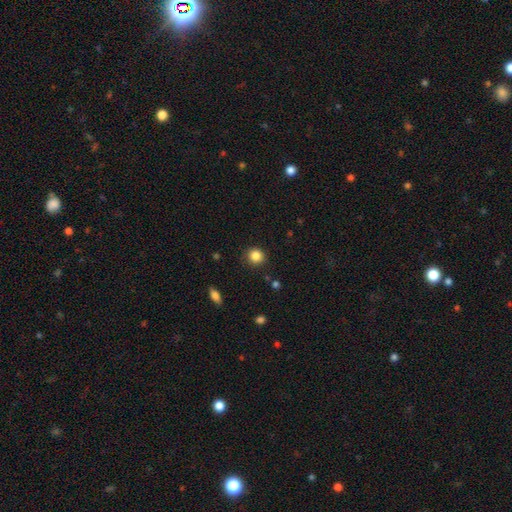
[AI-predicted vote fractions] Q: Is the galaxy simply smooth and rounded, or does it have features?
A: smooth — 85%.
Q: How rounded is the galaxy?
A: round — 88%.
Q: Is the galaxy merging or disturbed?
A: none — 88%.